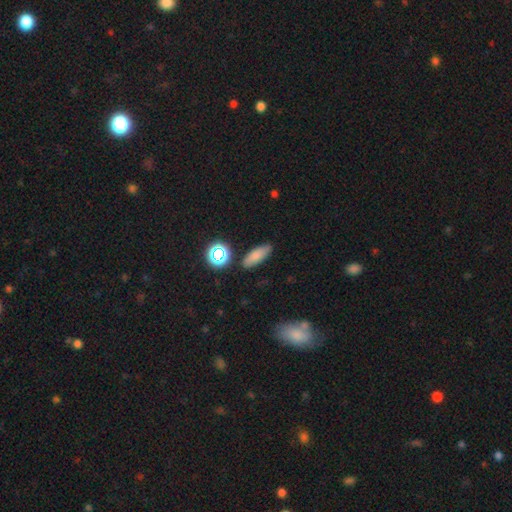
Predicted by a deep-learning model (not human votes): smooth 78%, star or artifact 13%, featured or disk 9%. Down the decision tree: how rounded — in between (66%); merging — none (83%).